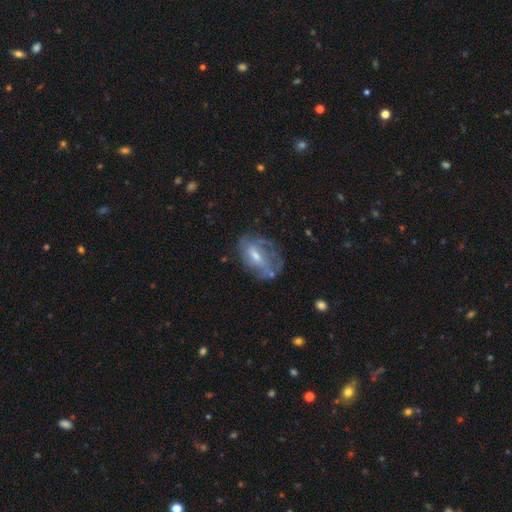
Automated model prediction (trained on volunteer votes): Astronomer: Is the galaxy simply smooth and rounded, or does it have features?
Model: featured or disk — 64%.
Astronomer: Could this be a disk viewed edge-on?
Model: no — 94%.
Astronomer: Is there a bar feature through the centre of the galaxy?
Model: weak — 48% (runner-up: no, 36%).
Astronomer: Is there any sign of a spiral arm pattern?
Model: yes — 60% (runner-up: no, 40%).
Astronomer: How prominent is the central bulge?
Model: moderate — 48% (runner-up: small, 42%).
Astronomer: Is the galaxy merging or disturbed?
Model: none — 47% (runner-up: minor disturbance, 26%).